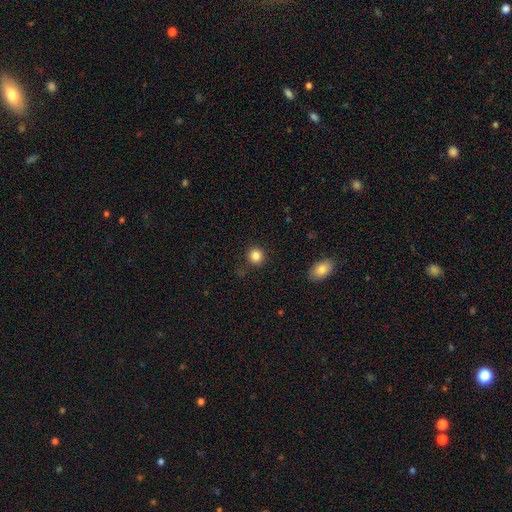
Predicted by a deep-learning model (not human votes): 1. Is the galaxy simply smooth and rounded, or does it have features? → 84% smooth, 11% star or artifact, 5% featured or disk.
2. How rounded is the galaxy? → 91% round, 8% in between, 1% cigar-shaped.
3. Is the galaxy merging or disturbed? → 88% none, 7% minor disturbance, 3% major disturbance, 2% merger.